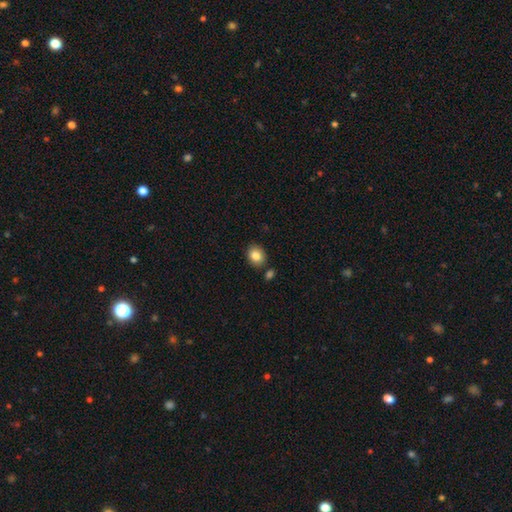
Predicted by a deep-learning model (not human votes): Smooth or featured? Predicted: smooth (p=0.85). How rounded? Predicted: round (p=0.53). Merging? Predicted: none (p=0.81).